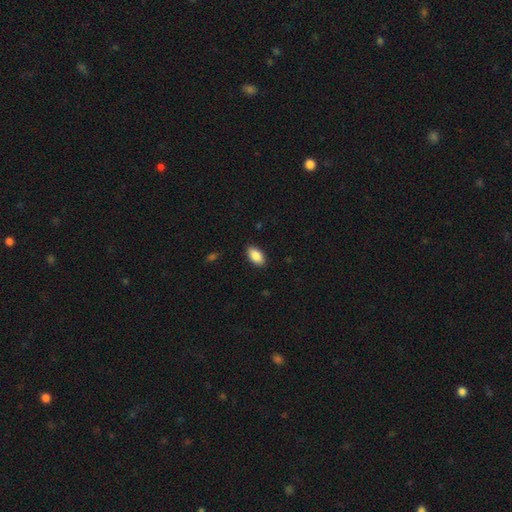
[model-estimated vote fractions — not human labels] This appears to be a smooth galaxy with no disk features (88%) that is in between round and cigar-shaped (94%). Merging: none (89%).